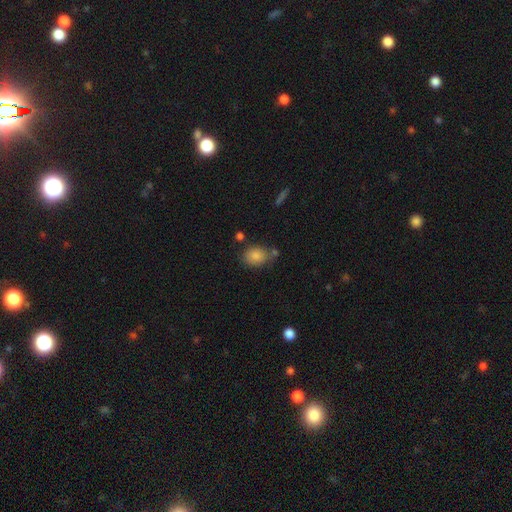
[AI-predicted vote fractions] Q: Smooth or featured?
A: smooth (85%); runner-up: star or artifact (9%)
Q: How rounded?
A: in between (57%); runner-up: round (42%)
Q: Merging?
A: none (65%); runner-up: minor disturbance (19%)